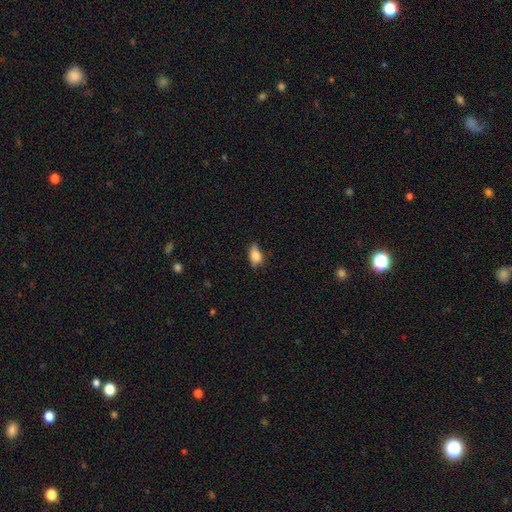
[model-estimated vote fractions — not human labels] Morphology: type=smooth (77%); roundness=in between (85%); merging=none (53%).